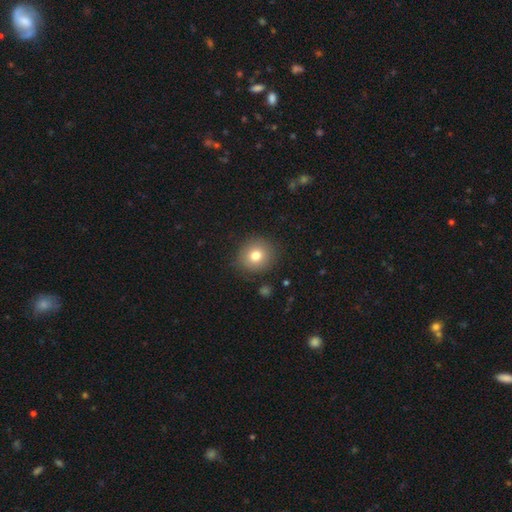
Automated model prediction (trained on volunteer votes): smooth-or-featured: smooth: 78% | star or artifact: 11% | featured or disk: 11%
  how-rounded: round: 86% | in between: 13% | cigar-shaped: 1%
  merging: none: 88% | minor disturbance: 8% | major disturbance: 3% | merger: 1%